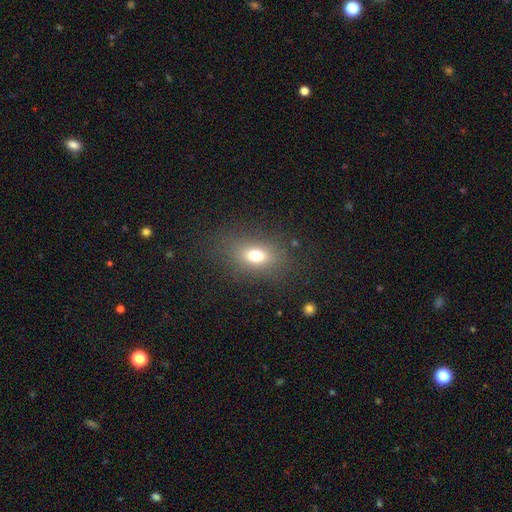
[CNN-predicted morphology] The model was most divided on "how rounded": in between: 74%, round: 22%, cigar-shaped: 4%. More confident: merging — none (81%); smooth or featured — smooth (72%).